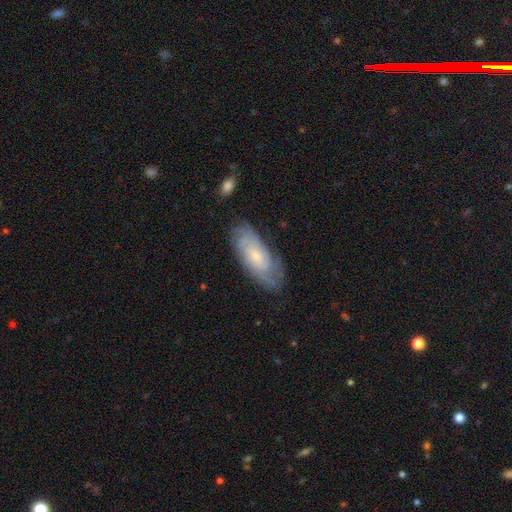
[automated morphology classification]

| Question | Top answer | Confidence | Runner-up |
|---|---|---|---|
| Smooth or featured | featured or disk | 65% | smooth (28%) |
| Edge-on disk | no | 89% | yes (11%) |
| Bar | no | 74% | weak (23%) |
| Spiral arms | yes | 88% | no (12%) |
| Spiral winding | tight | 65% | medium (27%) |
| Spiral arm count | can't tell | 55% | 2 (19%) |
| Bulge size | small | 67% | moderate (27%) |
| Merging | none | 76% | minor disturbance (18%) |